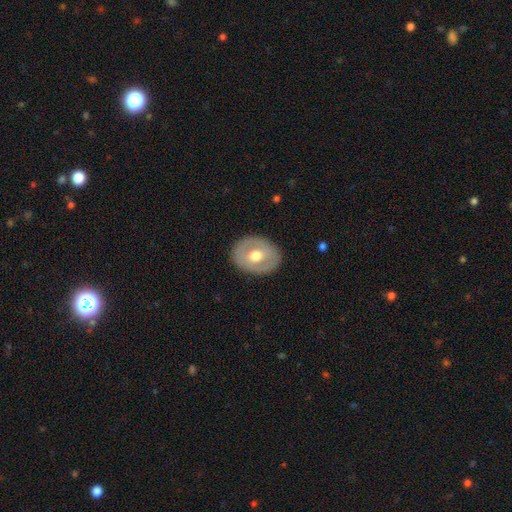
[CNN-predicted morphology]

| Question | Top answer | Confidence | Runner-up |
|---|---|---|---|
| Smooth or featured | featured or disk | 49% | smooth (46%) |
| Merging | none | 86% | minor disturbance (10%) |